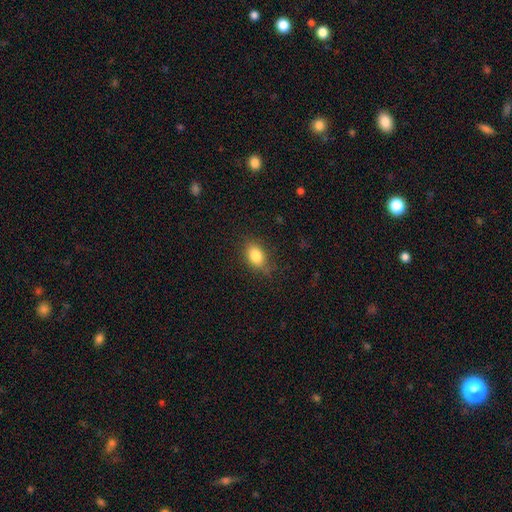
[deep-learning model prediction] Q: Smooth or featured?
A: smooth (82%); runner-up: star or artifact (9%)
Q: How rounded?
A: in between (81%); runner-up: round (16%)
Q: Merging?
A: none (77%); runner-up: minor disturbance (17%)